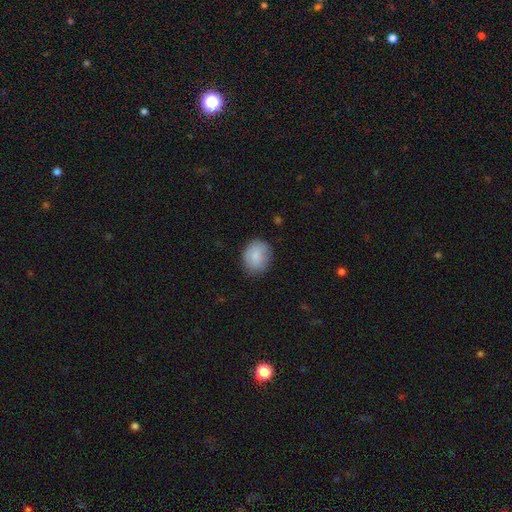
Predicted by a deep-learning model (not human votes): Q: Smooth or featured?
A: smooth (83%); runner-up: featured or disk (10%)
Q: How rounded?
A: round (57%); runner-up: in between (42%)
Q: Merging?
A: none (76%); runner-up: minor disturbance (18%)